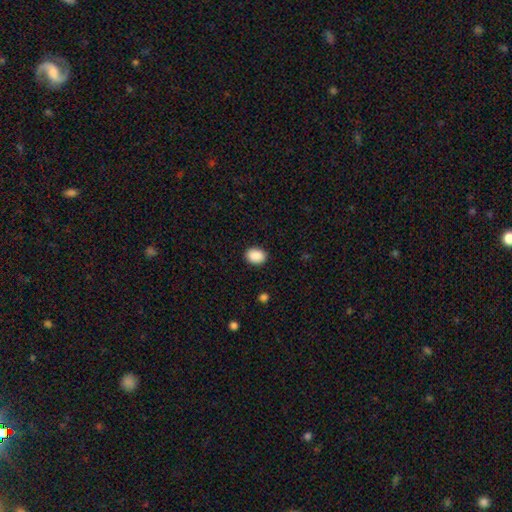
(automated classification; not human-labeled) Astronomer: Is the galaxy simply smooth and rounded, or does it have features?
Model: smooth — 90%.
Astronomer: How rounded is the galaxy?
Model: in between — 60% (runner-up: round, 39%).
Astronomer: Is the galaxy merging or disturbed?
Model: none — 89%.